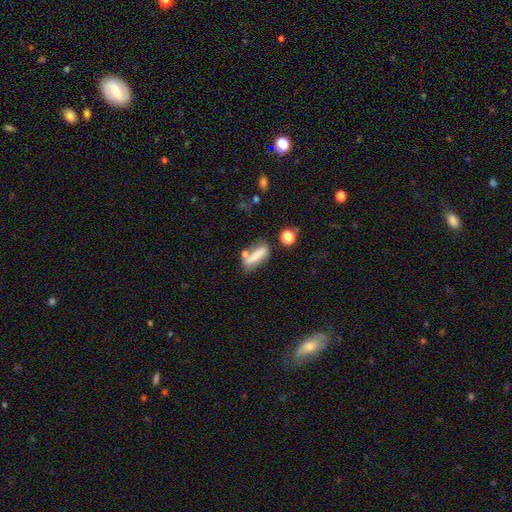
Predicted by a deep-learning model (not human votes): Smooth or featured? Predicted: smooth (p=0.72). How rounded? Predicted: cigar-shaped (p=0.57). Merging? Predicted: none (p=0.55).